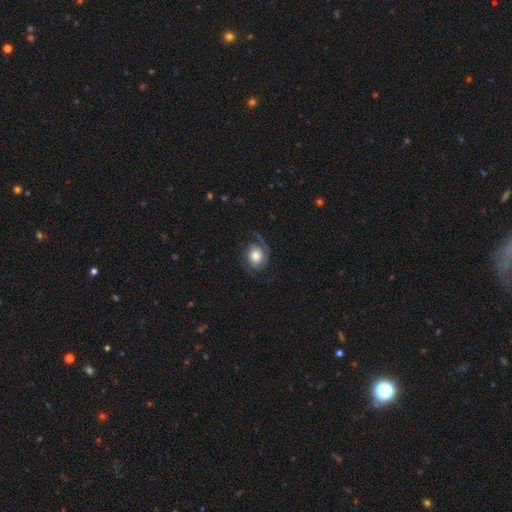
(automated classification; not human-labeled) The model was most divided on "spiral winding": tight: 42%, medium: 37%, loose: 21%. Remaining: edge-on disk — no (97%); spiral arms — yes (93%); bar — no (77%); smooth or featured — featured or disk (71%); merging — none (67%); spiral arm count — 2 (61%); bulge size — moderate (47%).